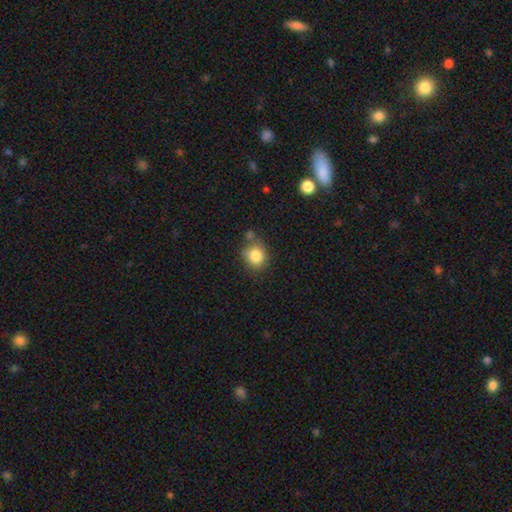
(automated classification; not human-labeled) smooth-or-featured: smooth: 83% | star or artifact: 10% | featured or disk: 7%
  how-rounded: round: 74% | in between: 25% | cigar-shaped: 1%
  merging: none: 67% | minor disturbance: 17% | merger: 11% | major disturbance: 4%